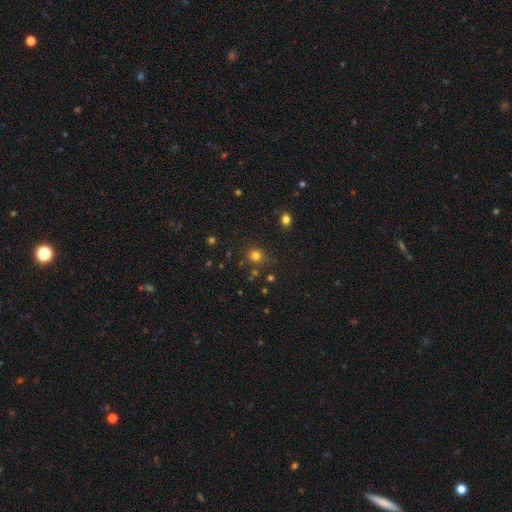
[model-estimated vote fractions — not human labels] Smooth or featured?
  - smooth: 75% *
  - star or artifact: 18%
  - featured or disk: 6%
How rounded?
  - round: 87% *
  - in between: 12%
  - cigar-shaped: 1%
Merging?
  - none: 75% *
  - minor disturbance: 14%
  - merger: 6%
  - major disturbance: 5%